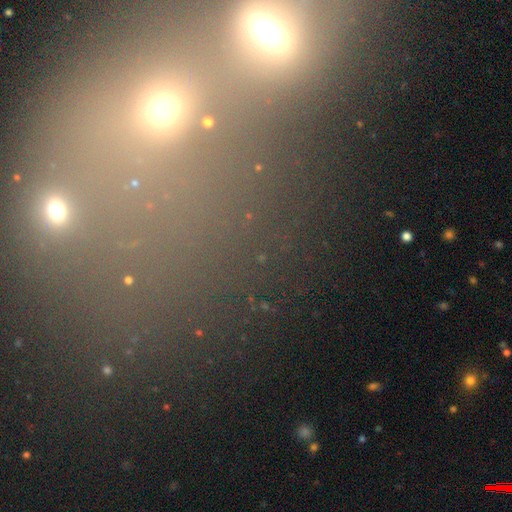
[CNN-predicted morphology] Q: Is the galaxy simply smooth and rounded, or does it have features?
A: star or artifact — 53%.